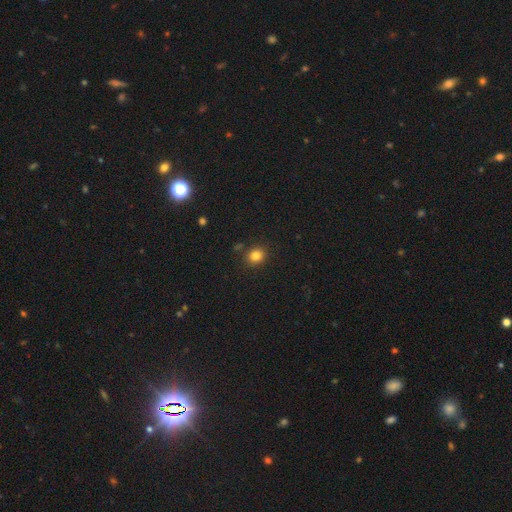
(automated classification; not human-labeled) smooth-or-featured: smooth: 82% | star or artifact: 12% | featured or disk: 5%
  how-rounded: round: 74% | in between: 25% | cigar-shaped: 1%
  merging: none: 85% | minor disturbance: 9% | merger: 3% | major disturbance: 3%